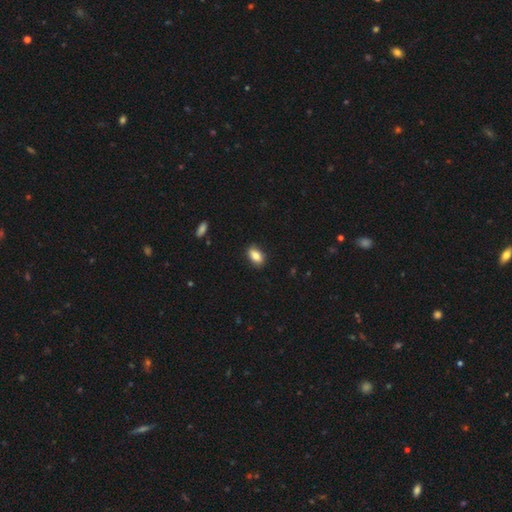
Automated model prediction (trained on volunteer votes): Smooth or featured: smooth — 83% (featured or disk — 9%)
How rounded: in between — 88% (round — 9%)
Merging: none — 88% (minor disturbance — 9%)